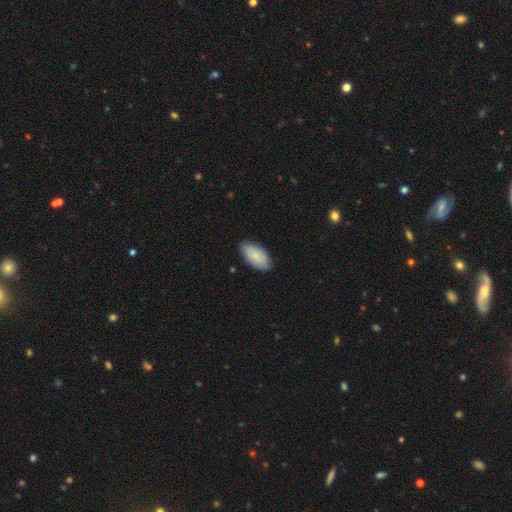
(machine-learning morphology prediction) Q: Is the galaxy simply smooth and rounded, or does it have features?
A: smooth — 80%.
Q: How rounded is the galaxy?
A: in between — 94%.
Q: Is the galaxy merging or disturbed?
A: none — 82%.